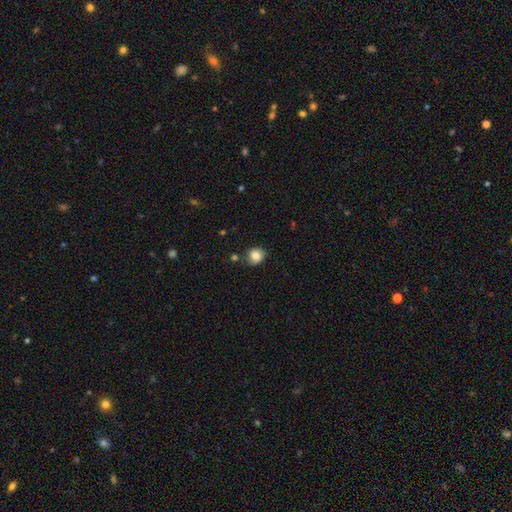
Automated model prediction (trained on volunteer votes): A smooth galaxy with no disk features (82%) that is round (70%).

Vote fractions:
- Smooth or featured? smooth: 82% / star or artifact: 9% / featured or disk: 8%
- How rounded? round: 70% / in between: 29% / cigar-shaped: 1%
- Merging? none: 69% / minor disturbance: 21% / merger: 5% / major disturbance: 5%